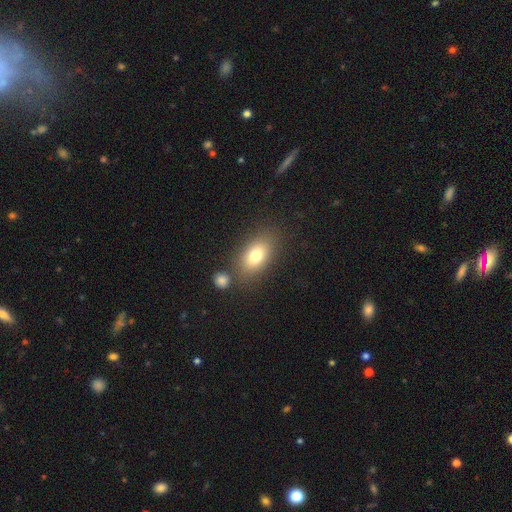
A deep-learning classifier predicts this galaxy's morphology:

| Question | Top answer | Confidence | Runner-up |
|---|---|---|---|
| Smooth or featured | smooth | 77% | featured or disk (13%) |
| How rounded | in between | 87% | round (10%) |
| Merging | none | 74% | minor disturbance (12%) |